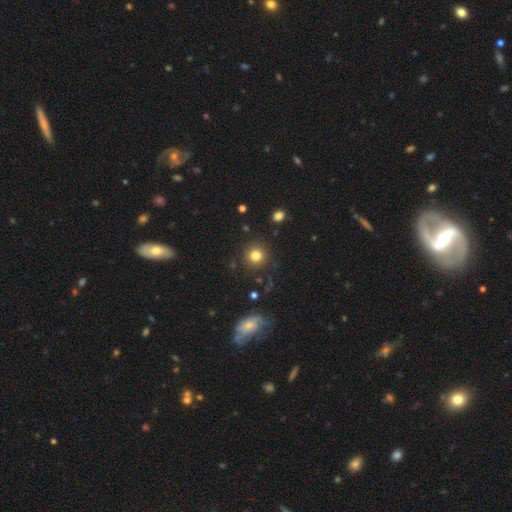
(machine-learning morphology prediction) Overall: smooth (80%). How rounded: round (92%). Merging: none (87%).